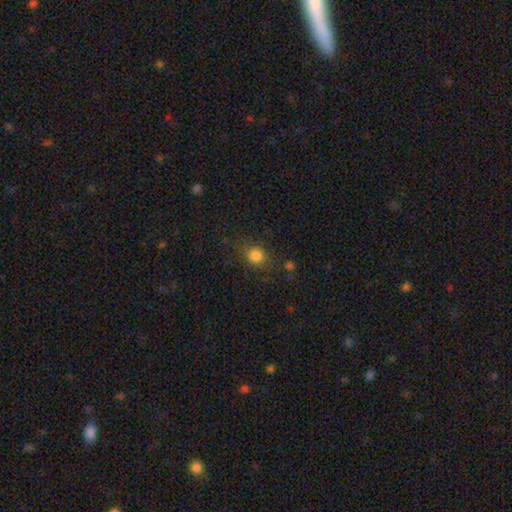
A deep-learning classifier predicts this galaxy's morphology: Smooth or featured? Predicted: smooth (p=0.82). How rounded? Predicted: round (p=0.77). Merging? Predicted: none (p=0.78).